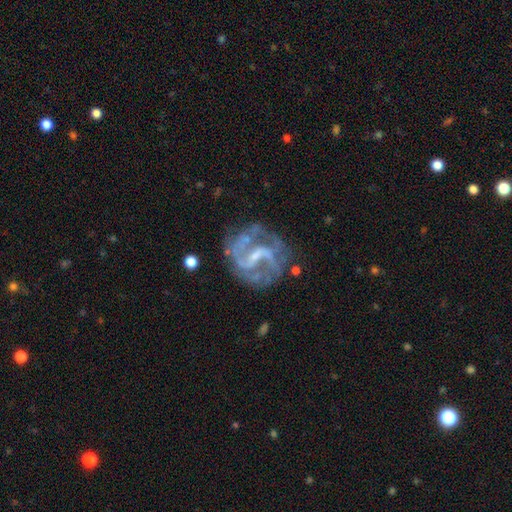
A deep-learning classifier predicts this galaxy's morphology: A featured or disk galaxy (85%) with a weak bar (49%), 2 (59%) medium (50%) spiral arms (90%) and a small central bulge (55%).

Vote fractions:
- Smooth or featured? featured or disk: 85% / star or artifact: 8% / smooth: 7%
- Edge-on disk? no: 98% / yes: 2%
- Bar? weak: 49% / strong: 34% / no: 17%
- Spiral arms? yes: 90% / no: 10%
- Spiral winding? medium: 50% / tight: 26% / loose: 24%
- Spiral arm count? 2: 59% / can't tell: 17% / 3: 13% / 1: 4% / 4: 4% / more than 4: 3%
- Bulge size? small: 55% / moderate: 22% / none: 21% / large: 2% / dominant: 1%
- Merging? none: 65% / minor disturbance: 18% / major disturbance: 14% / merger: 3%